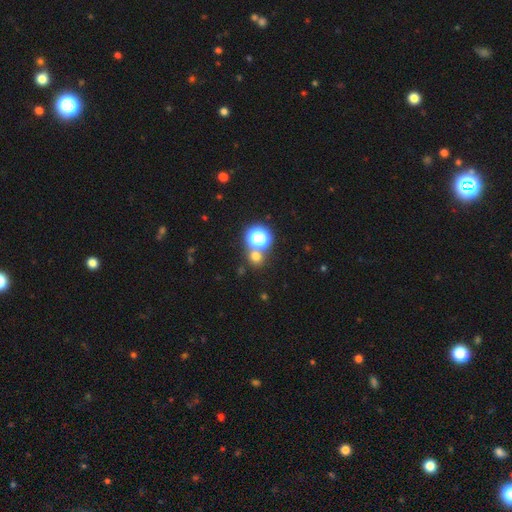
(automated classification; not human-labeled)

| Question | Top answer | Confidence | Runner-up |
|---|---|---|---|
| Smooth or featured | smooth | 65% | star or artifact (29%) |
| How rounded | round | 87% | in between (12%) |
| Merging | none | 69% | merger (21%) |